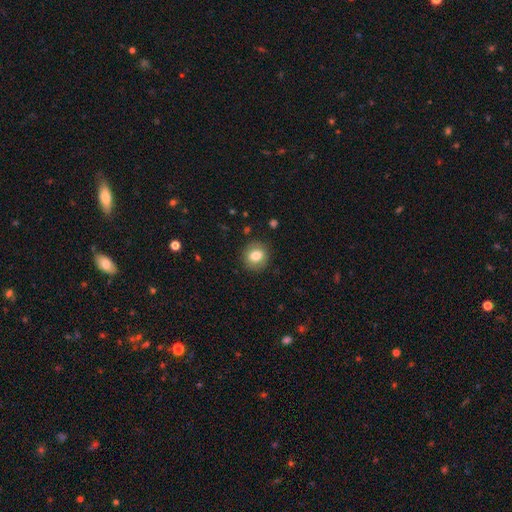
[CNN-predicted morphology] A smooth galaxy with no disk features (78%) that is round (79%). Merging: none (88%).